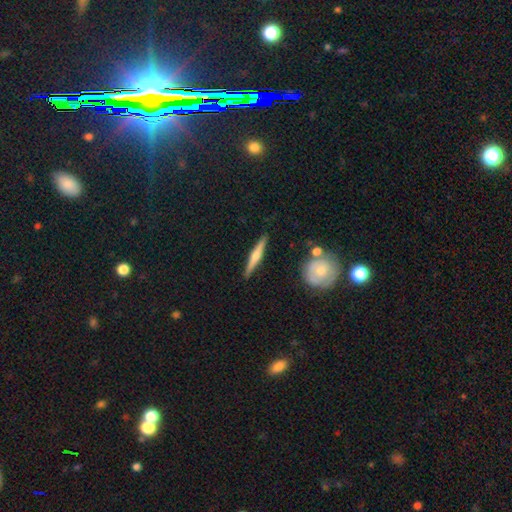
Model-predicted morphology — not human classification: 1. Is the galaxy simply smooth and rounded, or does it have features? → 53% featured or disk, 41% smooth, 6% star or artifact.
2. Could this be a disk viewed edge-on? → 96% yes, 4% no.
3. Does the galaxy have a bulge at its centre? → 74% rounded, 18% none, 9% boxy.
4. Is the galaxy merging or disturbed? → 89% none, 7% minor disturbance, 2% merger, 2% major disturbance.